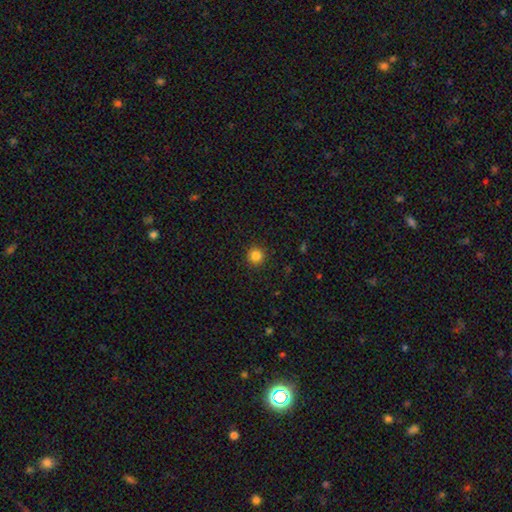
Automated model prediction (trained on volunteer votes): Smooth or featured? smooth (84%)
How rounded? round (95%)
Merging? none (92%)